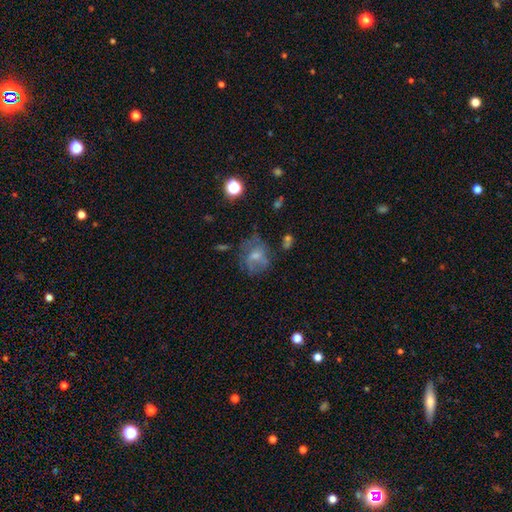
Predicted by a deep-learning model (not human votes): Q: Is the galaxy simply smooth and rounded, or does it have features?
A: featured or disk — 47%.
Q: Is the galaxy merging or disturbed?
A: none — 57%.